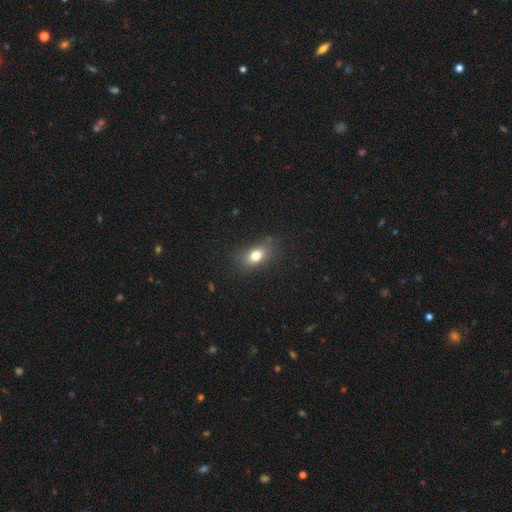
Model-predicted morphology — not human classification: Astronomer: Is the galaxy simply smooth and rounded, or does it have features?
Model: smooth — 78%.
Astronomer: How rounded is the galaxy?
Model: in between — 77%.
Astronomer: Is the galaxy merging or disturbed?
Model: none — 79%.